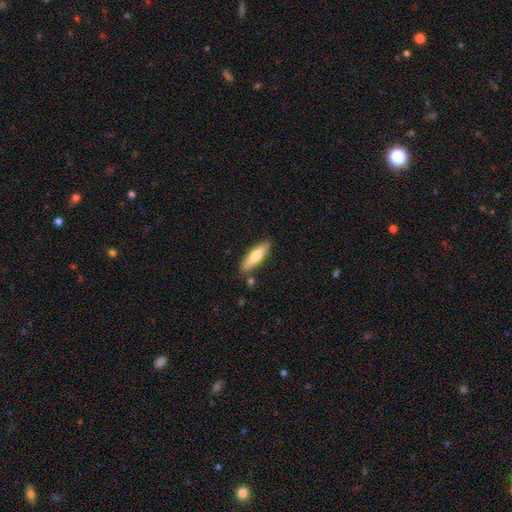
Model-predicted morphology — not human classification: This is likely a smooth galaxy (64%). How rounded: likely cigar-shaped (64%). Merging: clearly none (83%).